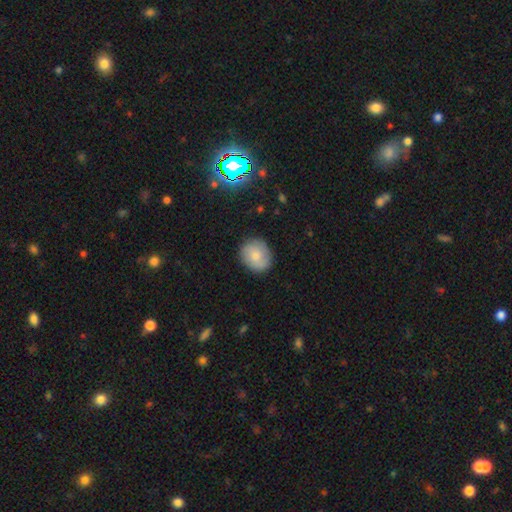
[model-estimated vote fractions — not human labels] Smooth or featured? Predicted: smooth (p=0.72). How rounded? Predicted: round (p=0.75). Merging? Predicted: none (p=0.85).